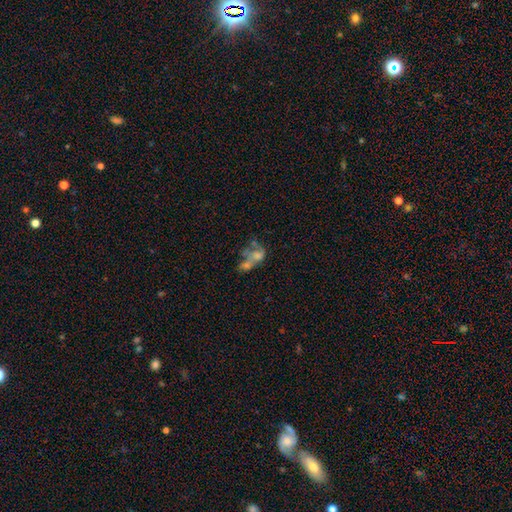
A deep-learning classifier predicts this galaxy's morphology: smooth-or-featured: smooth: 48% | featured or disk: 39% | star or artifact: 13%
  merging: merger: 60% | major disturbance: 17% | none: 15% | minor disturbance: 9%